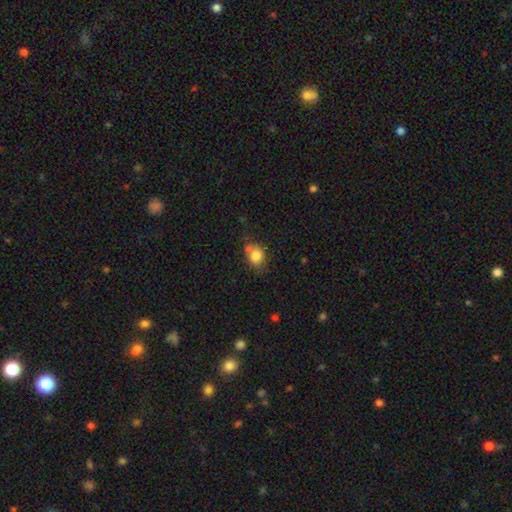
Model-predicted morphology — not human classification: smooth-or-featured: smooth: 80% | star or artifact: 10% | featured or disk: 10%
  how-rounded: round: 61% | in between: 38% | cigar-shaped: 1%
  merging: none: 53% | merger: 24% | minor disturbance: 18% | major disturbance: 6%